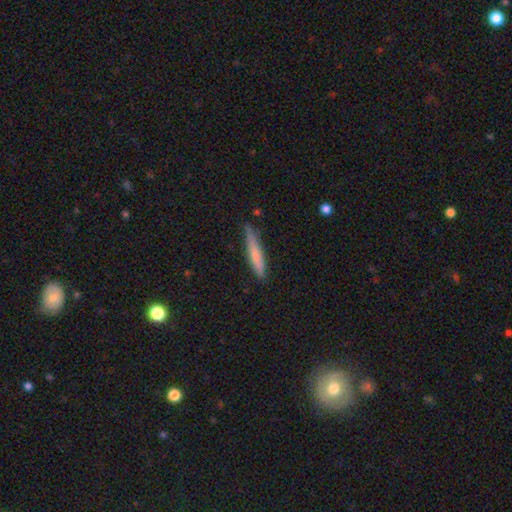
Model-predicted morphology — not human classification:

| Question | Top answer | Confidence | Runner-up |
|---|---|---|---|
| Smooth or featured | smooth | 70% | featured or disk (24%) |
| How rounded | cigar-shaped | 92% | in between (7%) |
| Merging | none | 76% | minor disturbance (19%) |